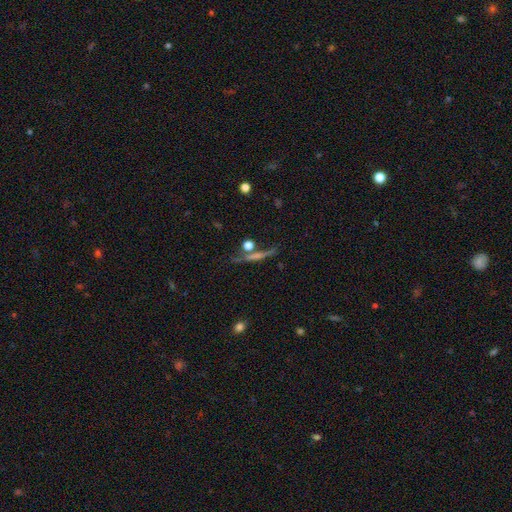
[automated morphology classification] featured or disk 53%, smooth 32%, star or artifact 16%. Down the decision tree: edge-on disk — yes (91%); merging — none (73%).